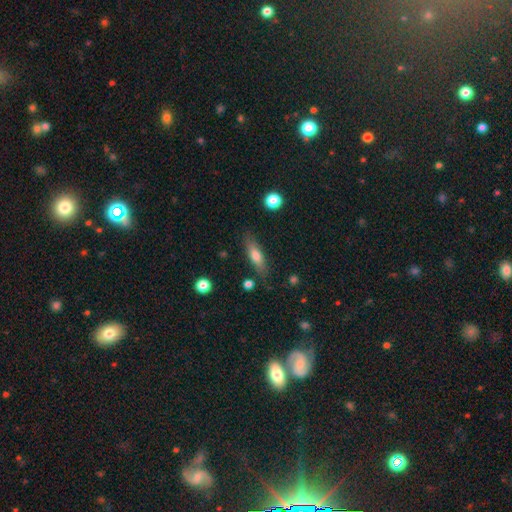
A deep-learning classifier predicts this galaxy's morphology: A smooth galaxy with no disk features (65%) that is cigar-shaped (61%).

Vote fractions:
- Smooth or featured? smooth: 65% / featured or disk: 27% / star or artifact: 7%
- How rounded? cigar-shaped: 61% / in between: 37% / round: 3%
- Merging? none: 81% / minor disturbance: 13% / major disturbance: 3% / merger: 3%